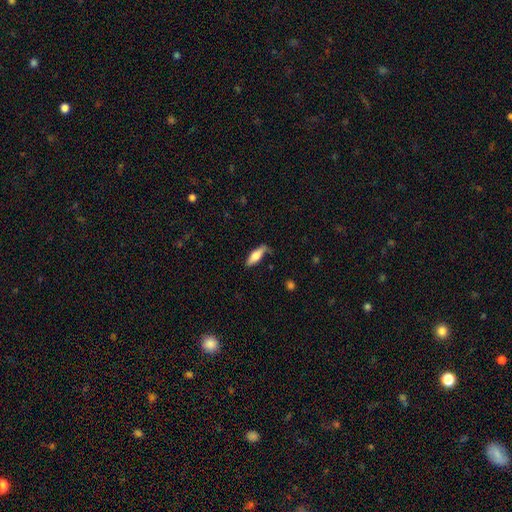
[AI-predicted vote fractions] This appears to be a smooth galaxy with no disk features (69%) that is in between round and cigar-shaped (56%). Merging: none (68%).